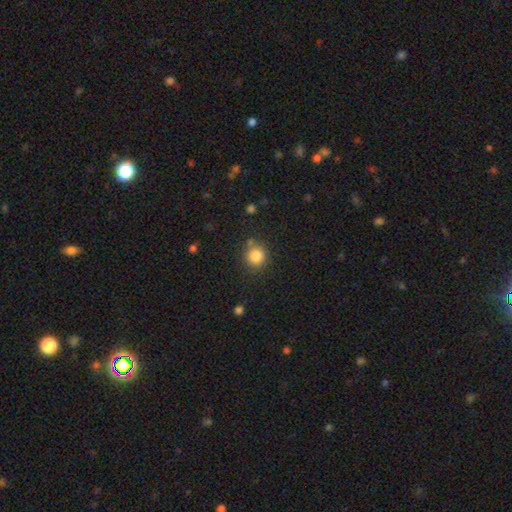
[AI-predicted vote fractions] smooth_or_featured: smooth (p=0.83) [alt: star or artifact p=0.11]
how_rounded: round (p=0.89) [alt: in between p=0.10]
merging: none (p=0.79) [alt: minor disturbance p=0.12]